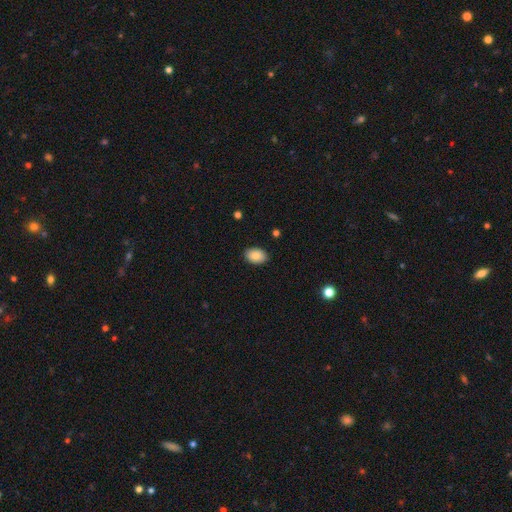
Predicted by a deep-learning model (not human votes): Q: Smooth or featured?
A: smooth (86%); runner-up: star or artifact (7%)
Q: How rounded?
A: in between (87%); runner-up: round (12%)
Q: Merging?
A: none (88%); runner-up: minor disturbance (9%)